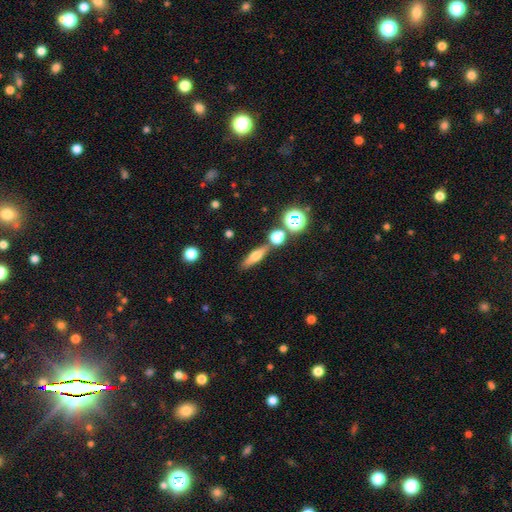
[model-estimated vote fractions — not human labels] smooth_or_featured: smooth (p=0.54) [alt: featured or disk p=0.34]
how_rounded: cigar-shaped (p=0.57) [alt: in between p=0.33]
merging: none (p=0.74) [alt: merger p=0.12]